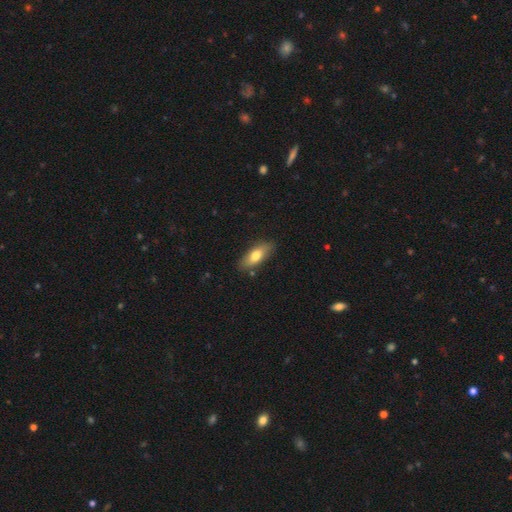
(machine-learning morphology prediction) A smooth galaxy with no disk features (73%) that is in between round and cigar-shaped (75%).

Vote fractions:
- Smooth or featured? smooth: 73% / featured or disk: 21% / star or artifact: 6%
- How rounded? in between: 75% / cigar-shaped: 22% / round: 3%
- Merging? none: 83% / minor disturbance: 13% / major disturbance: 2% / merger: 2%